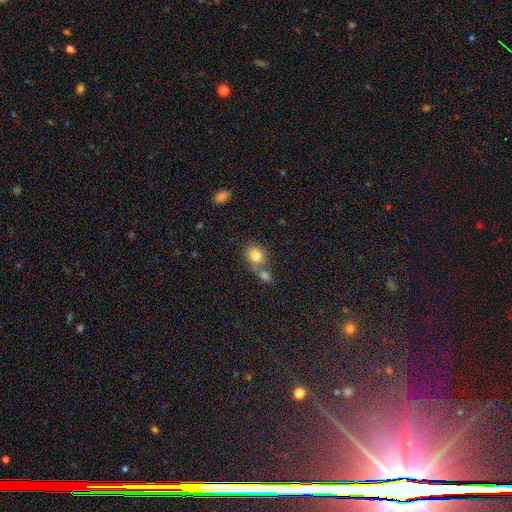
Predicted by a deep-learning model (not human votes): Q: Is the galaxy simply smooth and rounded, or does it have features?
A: smooth — 81%.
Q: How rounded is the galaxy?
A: round — 57%.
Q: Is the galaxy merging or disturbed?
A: none — 45%.